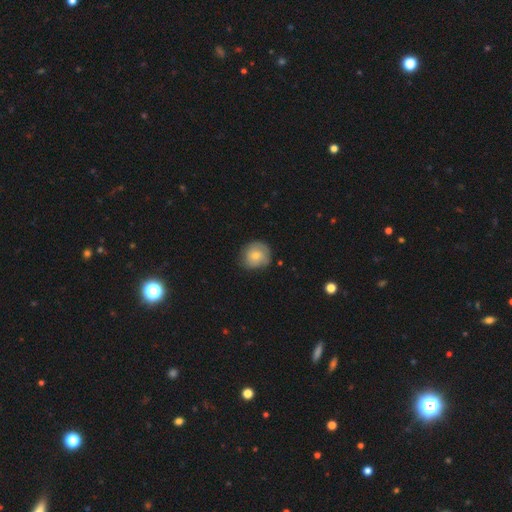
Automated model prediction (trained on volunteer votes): A smooth galaxy with no disk features (66%) that is round (86%). Merging: none (71%).